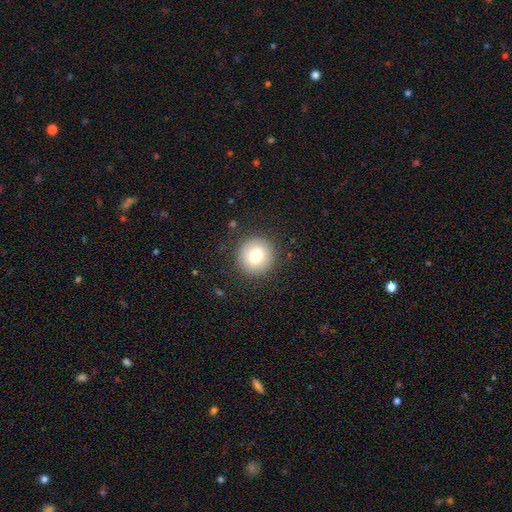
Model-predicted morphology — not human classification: Smooth or featured?
  - smooth: 76% *
  - featured or disk: 15%
  - star or artifact: 9%
How rounded?
  - round: 93% *
  - in between: 6%
  - cigar-shaped: 1%
Merging?
  - none: 87% *
  - minor disturbance: 8%
  - major disturbance: 3%
  - merger: 1%